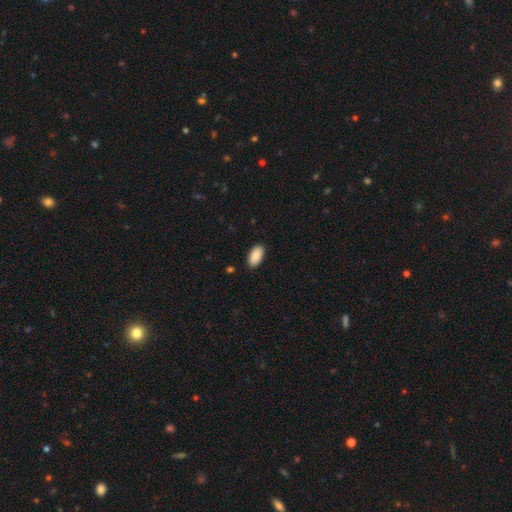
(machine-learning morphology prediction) A smooth galaxy with no disk features (89%) that is in between round and cigar-shaped (95%). Merging: none (89%).